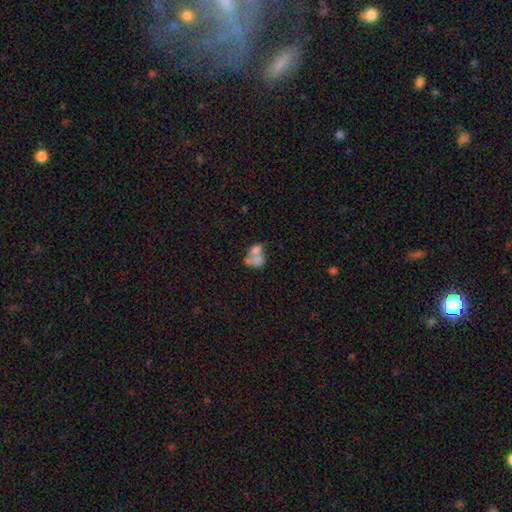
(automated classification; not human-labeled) This appears to be a smooth galaxy with no disk features (62%) that is in between round and cigar-shaped (72%). Merging: merger (65%).